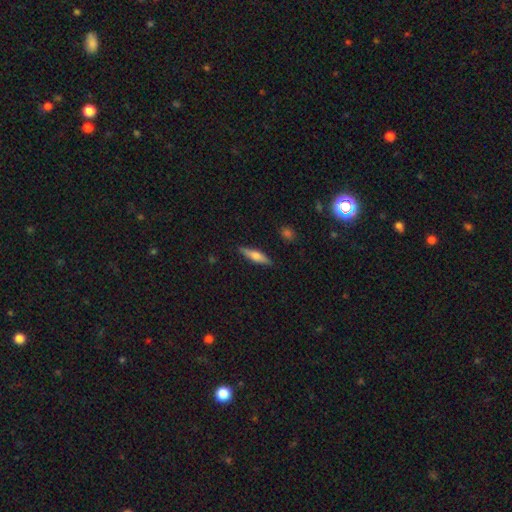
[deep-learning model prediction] Overall: smooth (55%; featured or disk 39%). How rounded: cigar-shaped (71%). Merging: none (87%).